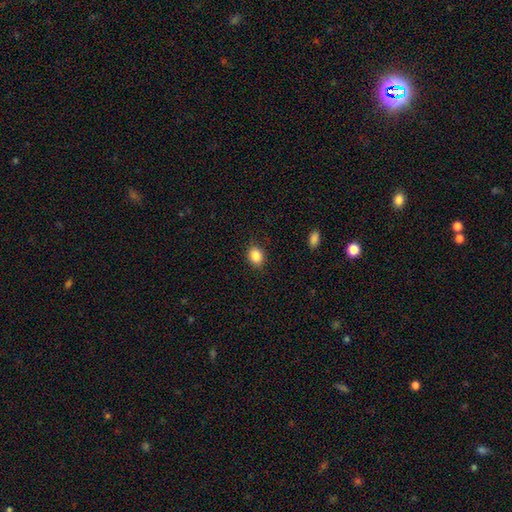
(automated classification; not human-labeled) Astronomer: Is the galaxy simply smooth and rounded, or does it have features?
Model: smooth — 86%.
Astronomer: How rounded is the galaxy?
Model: in between — 52% (runner-up: round, 47%).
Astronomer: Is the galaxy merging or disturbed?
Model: none — 86%.